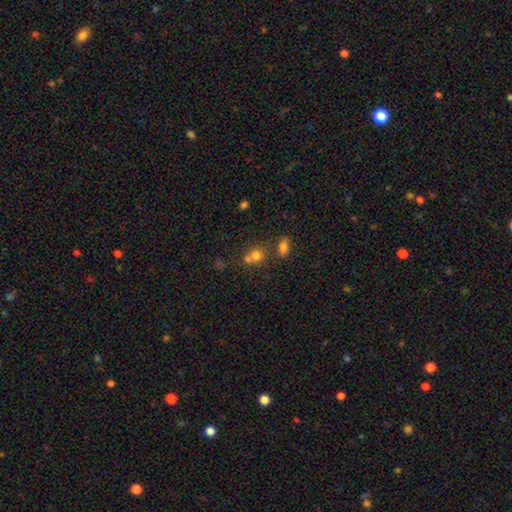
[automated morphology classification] Smooth or featured? Predicted: smooth (p=0.72). How rounded? Predicted: round (p=0.74). Merging? Predicted: merger (p=0.47).